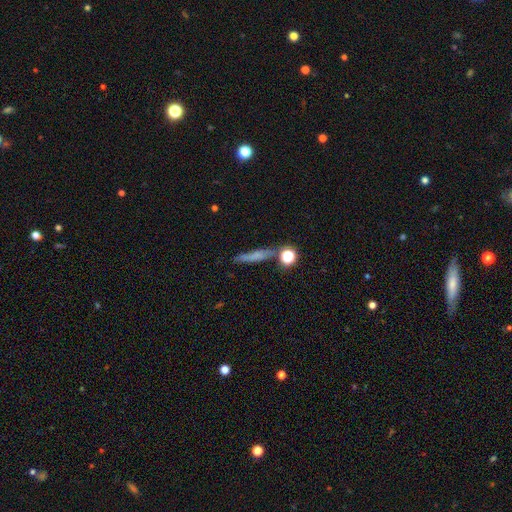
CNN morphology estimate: This appears to be a smooth galaxy with no disk features (57%) that is cigar-shaped (77%). Merging: none (69%).